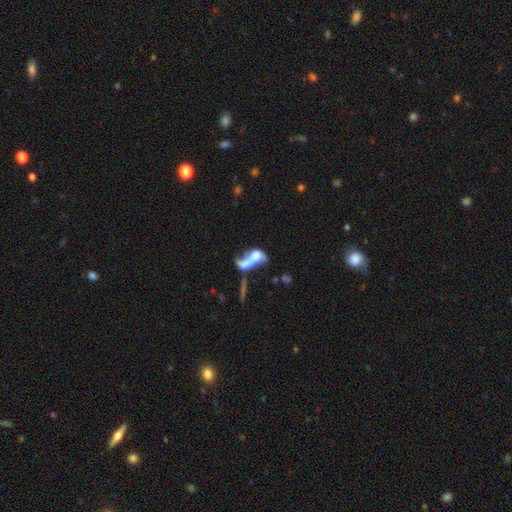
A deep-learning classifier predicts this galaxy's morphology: type=featured or disk (48%); merging=merger (59%).